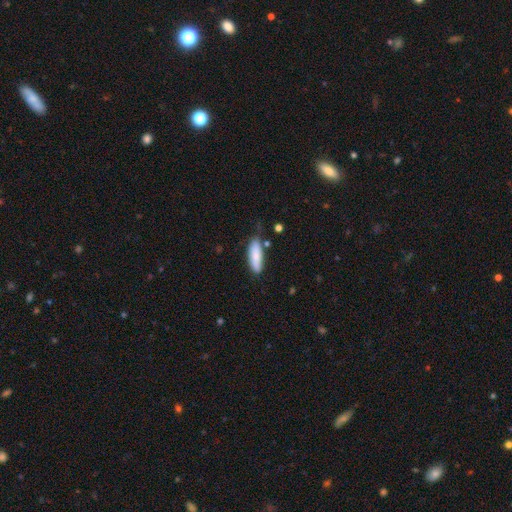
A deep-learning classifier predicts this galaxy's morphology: smooth 81%, featured or disk 13%, star or artifact 6%. Down the decision tree: how rounded — in between (59%); merging — none (71%).